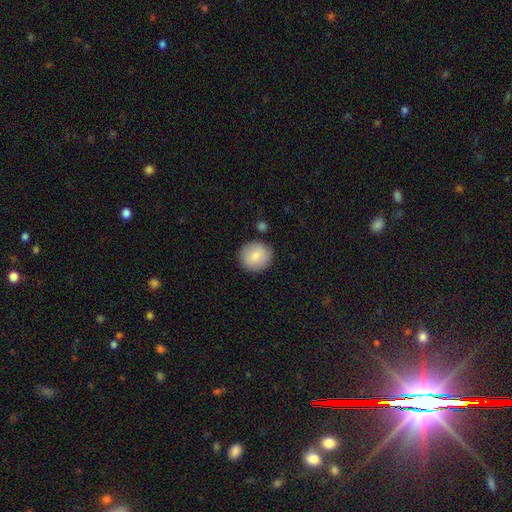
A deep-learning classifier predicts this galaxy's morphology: Smooth or featured? smooth (82%)
How rounded? round (92%)
Merging? none (86%)